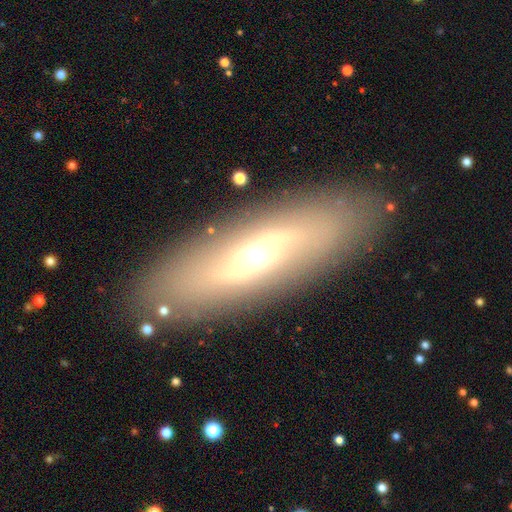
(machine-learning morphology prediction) Smooth or featured? Predicted: featured or disk (p=0.57). Edge-on disk? Predicted: no (p=0.65). Merging? Predicted: none (p=0.85).